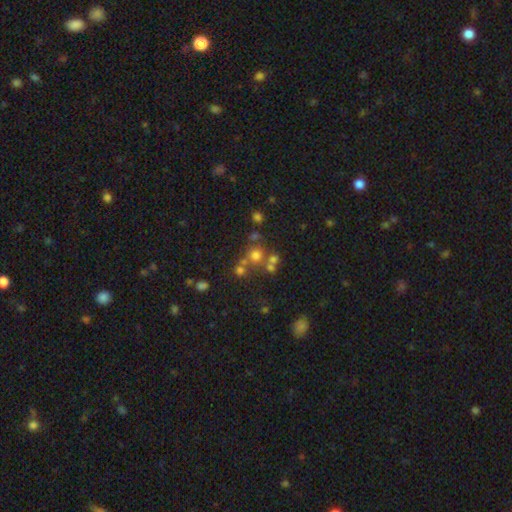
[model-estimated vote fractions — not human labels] Smooth or featured: smooth — 59% (star or artifact — 23%)
How rounded: round — 88% (in between — 11%)
Merging: none — 56% (merger — 28%)